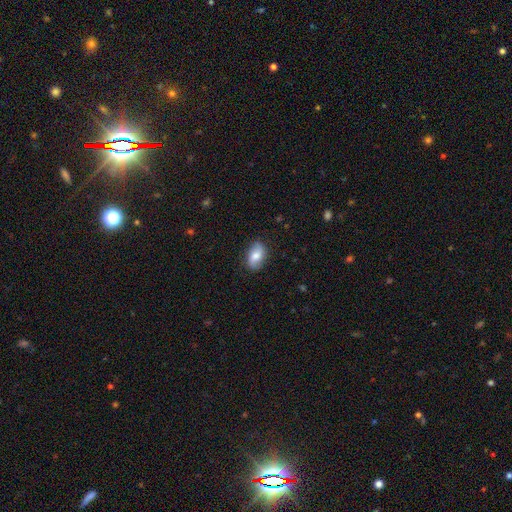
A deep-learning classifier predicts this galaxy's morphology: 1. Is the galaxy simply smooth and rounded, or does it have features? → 62% smooth, 31% featured or disk, 8% star or artifact.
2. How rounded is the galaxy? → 88% in between, 9% round, 3% cigar-shaped.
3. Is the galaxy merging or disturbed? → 82% none, 13% minor disturbance, 3% major disturbance, 1% merger.